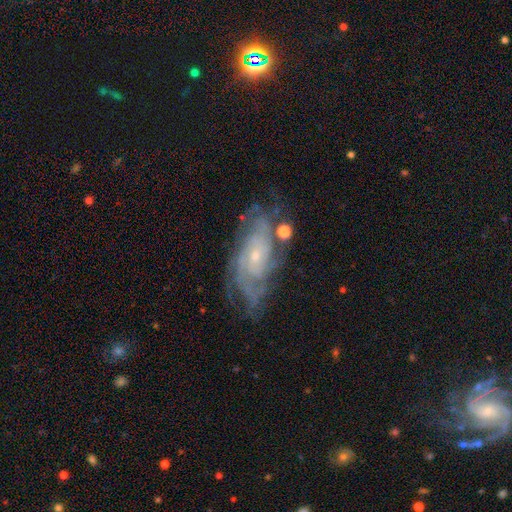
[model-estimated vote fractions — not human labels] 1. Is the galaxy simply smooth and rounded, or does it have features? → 83% featured or disk, 10% smooth, 7% star or artifact.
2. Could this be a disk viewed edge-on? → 93% no, 7% yes.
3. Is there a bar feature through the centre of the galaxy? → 70% no, 24% weak, 5% strong.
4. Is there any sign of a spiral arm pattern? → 94% yes, 6% no.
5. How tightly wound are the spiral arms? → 63% tight, 30% medium, 8% loose.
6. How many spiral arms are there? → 39% can't tell, 19% 4, 15% 3, 14% 2, 8% more than 4, 5% 1.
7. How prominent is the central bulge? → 75% small, 20% moderate, 2% none, 1% large, 1% dominant.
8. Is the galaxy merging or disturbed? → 65% none, 20% minor disturbance, 10% major disturbance, 5% merger.